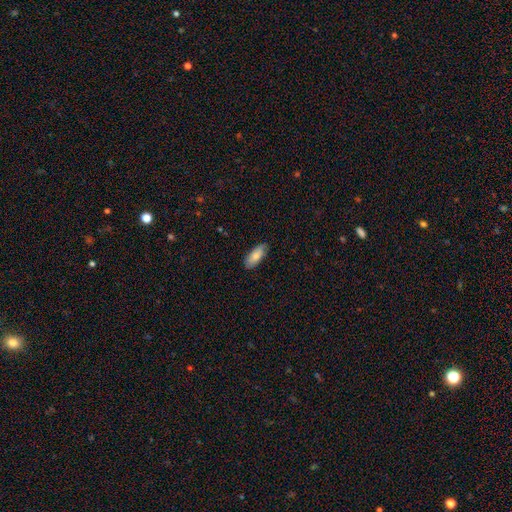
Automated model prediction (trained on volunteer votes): Smooth or featured? Predicted: smooth (p=0.80). How rounded? Predicted: in between (p=0.81). Merging? Predicted: none (p=0.82).